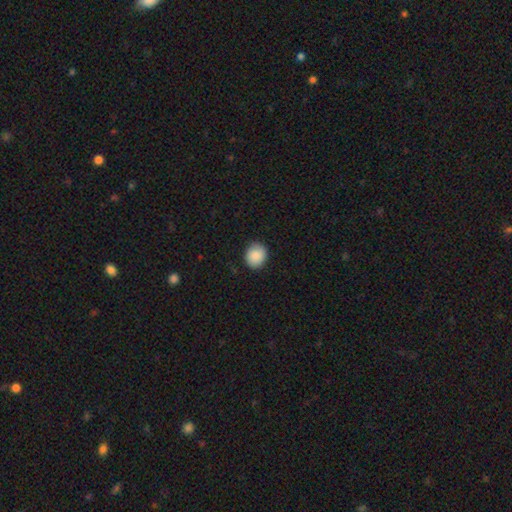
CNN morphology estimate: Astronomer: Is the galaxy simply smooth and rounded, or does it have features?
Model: smooth — 87%.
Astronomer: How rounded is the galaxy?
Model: round — 77%.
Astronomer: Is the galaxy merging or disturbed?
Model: none — 85%.